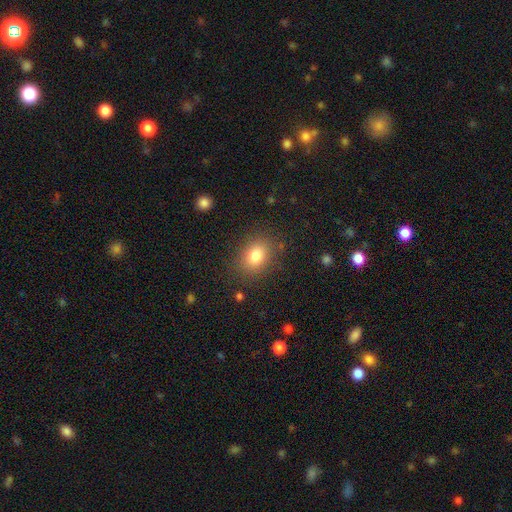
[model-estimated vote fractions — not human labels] A smooth galaxy with no disk features (81%) that is in between round and cigar-shaped (62%).

Vote fractions:
- Smooth or featured? smooth: 81% / star or artifact: 11% / featured or disk: 9%
- How rounded? in between: 62% / round: 37% / cigar-shaped: 1%
- Merging? none: 84% / minor disturbance: 11% / major disturbance: 4% / merger: 2%